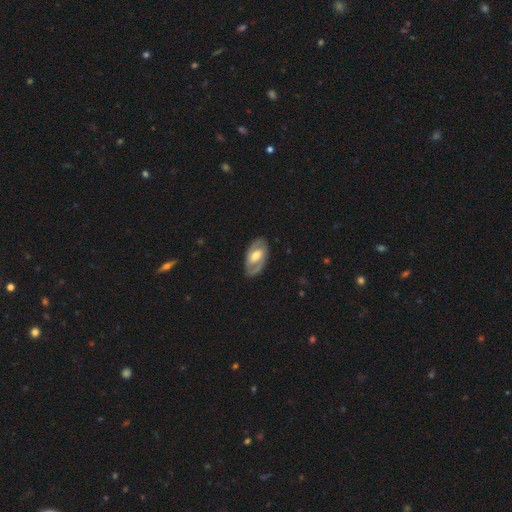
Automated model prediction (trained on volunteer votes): Smooth or featured?
  - featured or disk: 69% *
  - smooth: 26%
  - star or artifact: 5%
Edge-on disk?
  - no: 93% *
  - yes: 7%
Bar?
  - weak: 43% *
  - strong: 29%
  - no: 29%
Spiral arms?
  - yes: 67% *
  - no: 33%
Bulge size?
  - moderate: 66% *
  - small: 16%
  - large: 15%
  - none: 2%
  - dominant: 1%
Merging?
  - none: 83% *
  - minor disturbance: 12%
  - major disturbance: 4%
  - merger: 1%